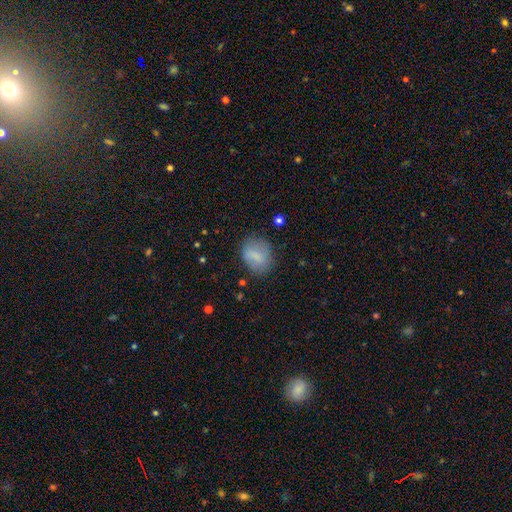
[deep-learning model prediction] Morphology: type=smooth (76%); roundness=in between (60%); merging=none (70%).